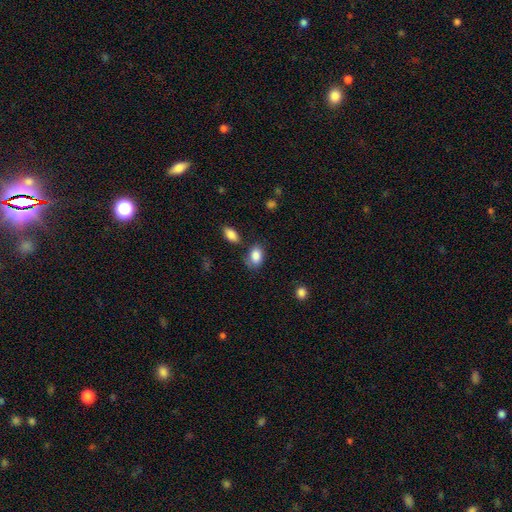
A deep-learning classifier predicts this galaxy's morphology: type=smooth (86%); roundness=in between (82%); merging=none (63%).